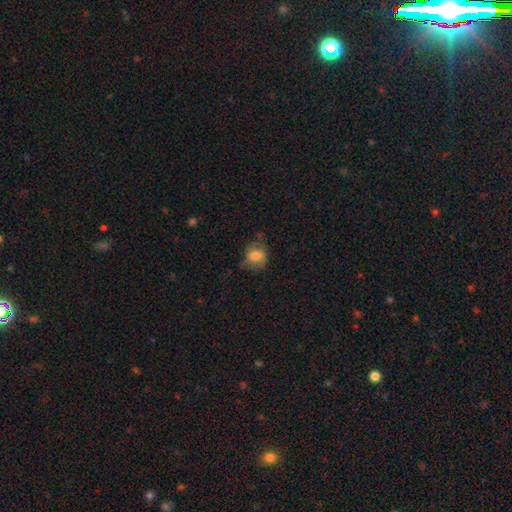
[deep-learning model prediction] Smooth or featured? Predicted: smooth (p=0.68). How rounded? Predicted: in between (p=0.51). Merging? Predicted: none (p=0.53).